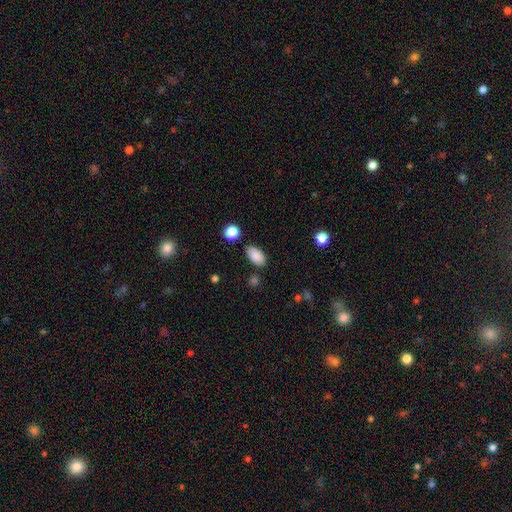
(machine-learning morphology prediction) Smooth or featured? Predicted: smooth (p=0.88). How rounded? Predicted: in between (p=0.93). Merging? Predicted: none (p=0.83).